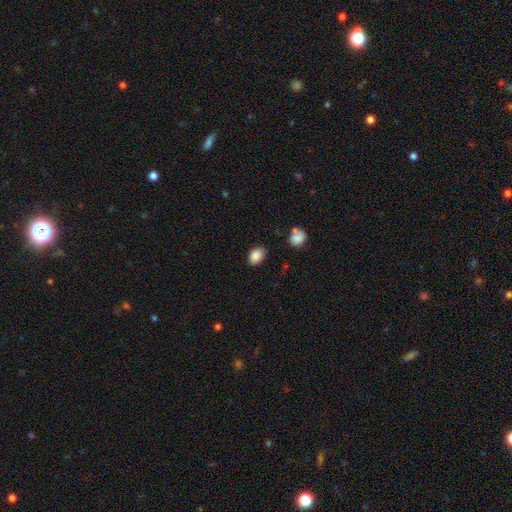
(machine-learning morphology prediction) Smooth or featured? smooth (88%)
How rounded? in between (79%)
Merging? none (82%)